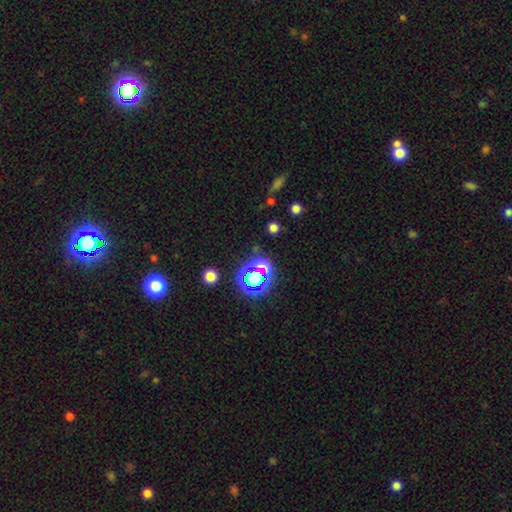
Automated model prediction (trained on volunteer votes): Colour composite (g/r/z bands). It shows a star or artifact, not a galaxy (74%).